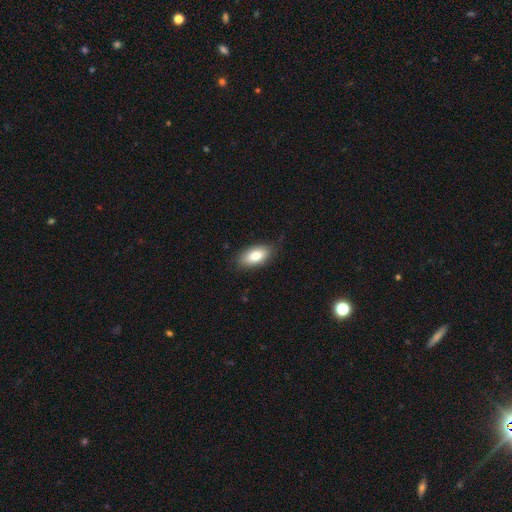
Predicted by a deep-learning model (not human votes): A smooth galaxy with no disk features (81%) that is in between round and cigar-shaped (91%).

Vote fractions:
- Smooth or featured? smooth: 81% / featured or disk: 12% / star or artifact: 7%
- How rounded? in between: 91% / cigar-shaped: 5% / round: 4%
- Merging? none: 79% / minor disturbance: 16% / major disturbance: 3% / merger: 1%